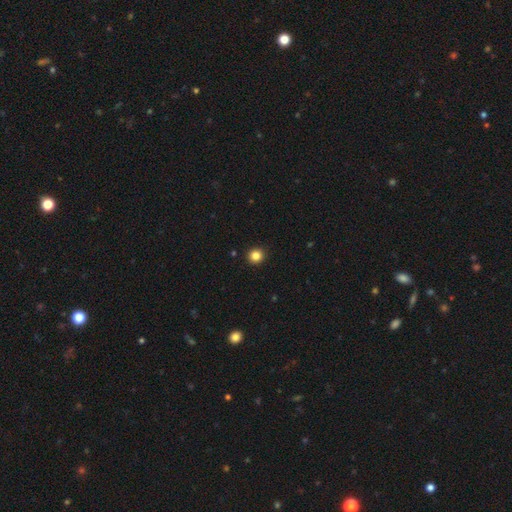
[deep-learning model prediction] Smooth or featured?
  - smooth: 84% *
  - star or artifact: 12%
  - featured or disk: 4%
How rounded?
  - round: 94% *
  - in between: 6%
  - cigar-shaped: 1%
Merging?
  - none: 93% *
  - minor disturbance: 5%
  - major disturbance: 1%
  - merger: 1%